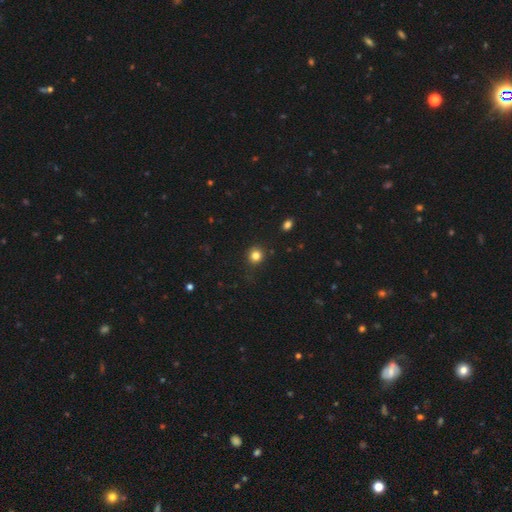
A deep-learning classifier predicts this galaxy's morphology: Smooth or featured? Predicted: smooth (p=0.82). How rounded? Predicted: round (p=0.89). Merging? Predicted: none (p=0.86).